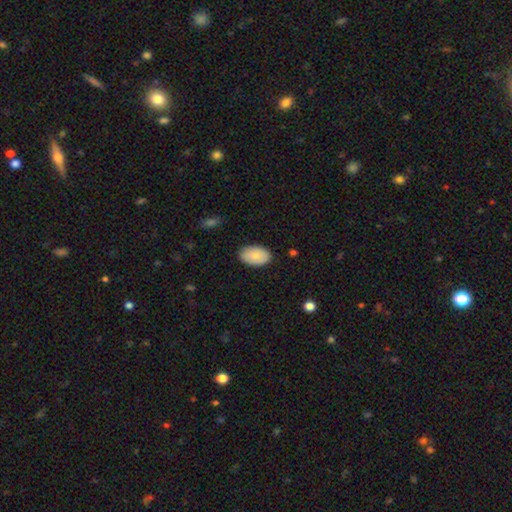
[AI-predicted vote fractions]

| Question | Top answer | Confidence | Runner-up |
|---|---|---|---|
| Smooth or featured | smooth | 81% | featured or disk (13%) |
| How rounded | in between | 92% | round (7%) |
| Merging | none | 87% | minor disturbance (10%) |